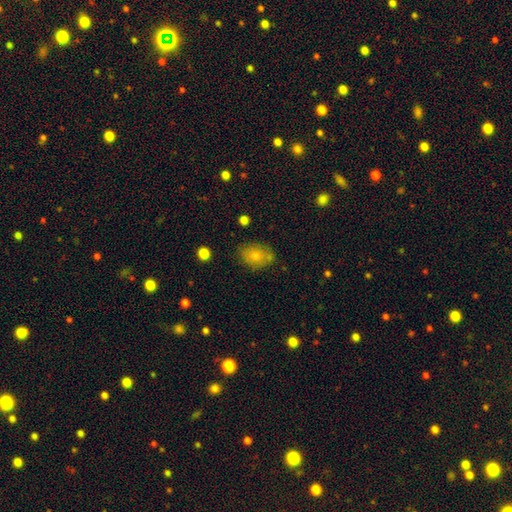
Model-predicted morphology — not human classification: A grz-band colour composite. It shows a smooth galaxy with no disk features (78%) that is in between round and cigar-shaped (76%). Merging: none (72%).